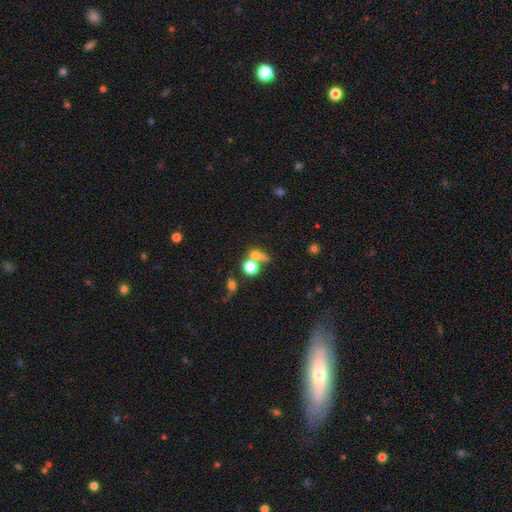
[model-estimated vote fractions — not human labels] This appears to be a smooth galaxy with no disk features (64%) that is round (65%). Merging: merger (43%).